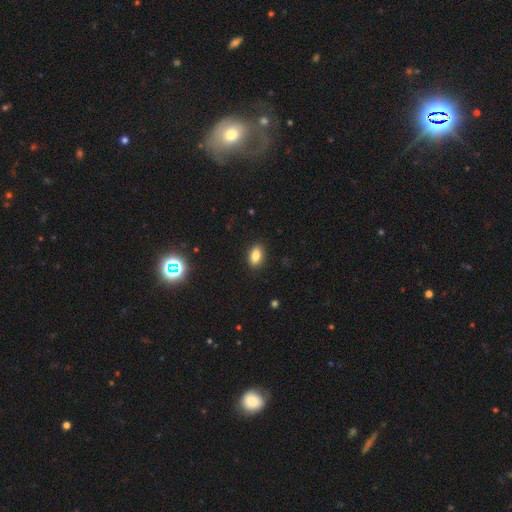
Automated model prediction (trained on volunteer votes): This is clearly a smooth galaxy (83%). How rounded: clearly in between (88%). Merging: clearly none (88%).